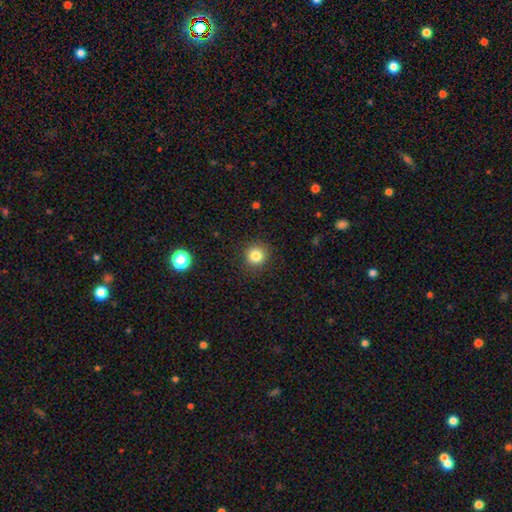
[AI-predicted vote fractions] smooth_or_featured: smooth (p=0.83) [alt: star or artifact p=0.12]
how_rounded: round (p=0.93) [alt: in between p=0.06]
merging: none (p=0.89) [alt: minor disturbance p=0.07]